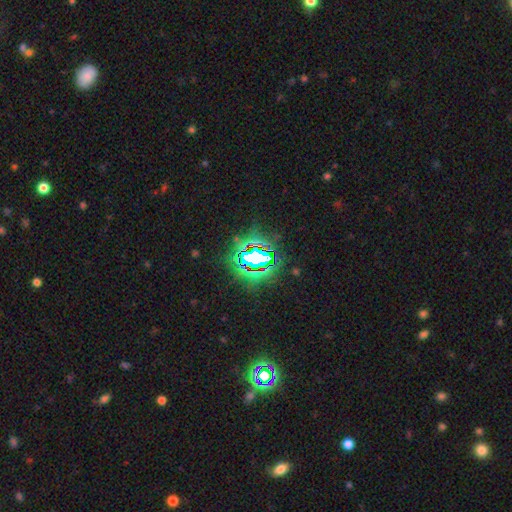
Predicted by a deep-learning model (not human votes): Morphology: type=star or artifact (84%).